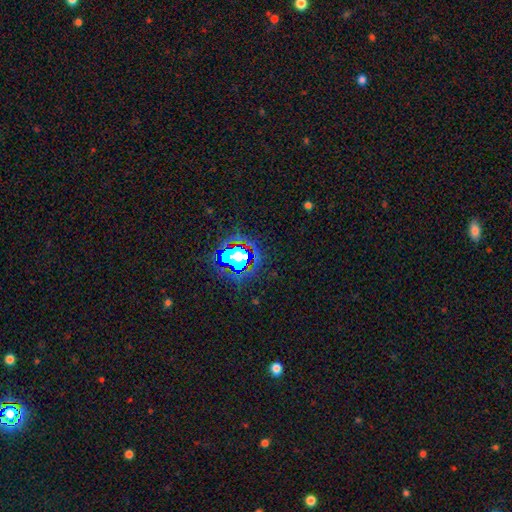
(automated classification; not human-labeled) Overall: star or artifact (81%).